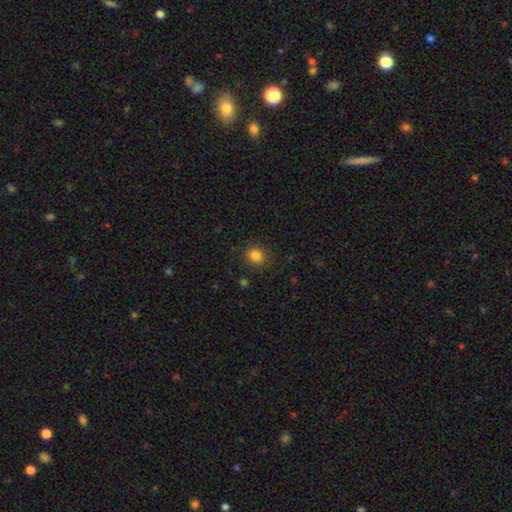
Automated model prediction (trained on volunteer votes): Morphology: type=smooth (83%); roundness=round (72%); merging=none (87%).